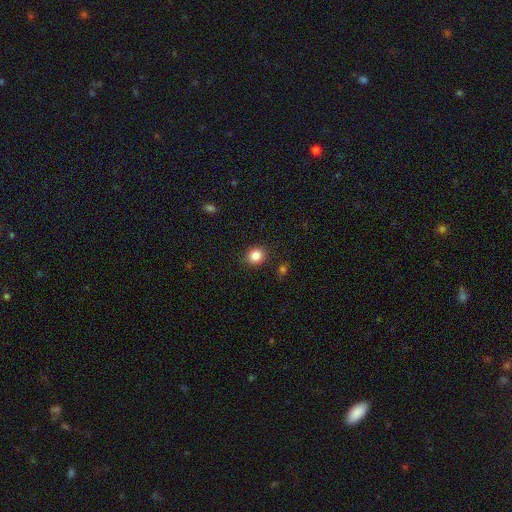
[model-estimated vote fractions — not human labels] Smooth or featured: smooth — 84% (star or artifact — 11%)
How rounded: round — 77% (in between — 22%)
Merging: none — 89% (minor disturbance — 7%)